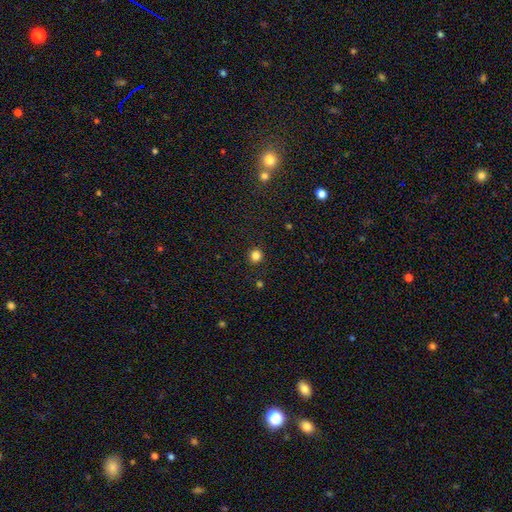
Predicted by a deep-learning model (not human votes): smooth 83%, star or artifact 13%, featured or disk 4%. Down the decision tree: how rounded — round (93%); merging — none (92%).